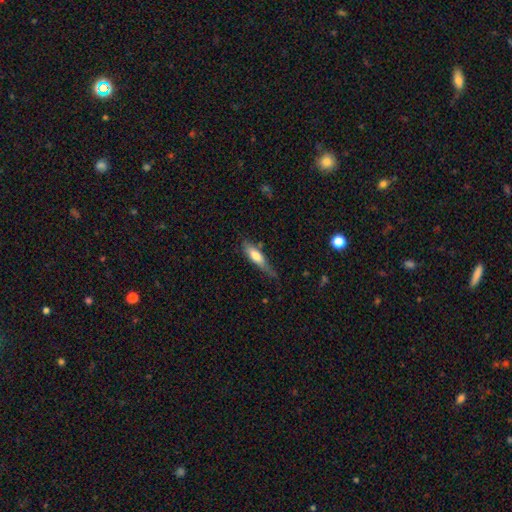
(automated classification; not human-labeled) Smooth or featured: smooth — 64% (featured or disk — 30%)
How rounded: cigar-shaped — 63% (in between — 35%)
Merging: none — 53% (minor disturbance — 34%)